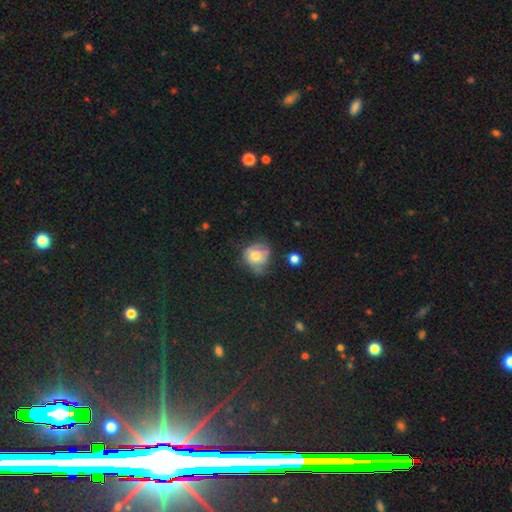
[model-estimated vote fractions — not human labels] Smooth or featured?
  - smooth: 66% *
  - featured or disk: 23%
  - star or artifact: 11%
How rounded?
  - round: 72% *
  - in between: 27%
  - cigar-shaped: 1%
Merging?
  - none: 45% *
  - minor disturbance: 35%
  - major disturbance: 17%
  - merger: 3%